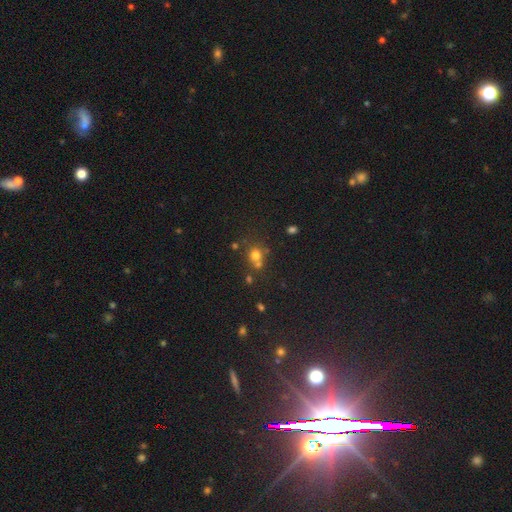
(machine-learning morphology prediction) This appears to be a smooth galaxy with no disk features (69%) that is round (84%). Merging: none (53%).